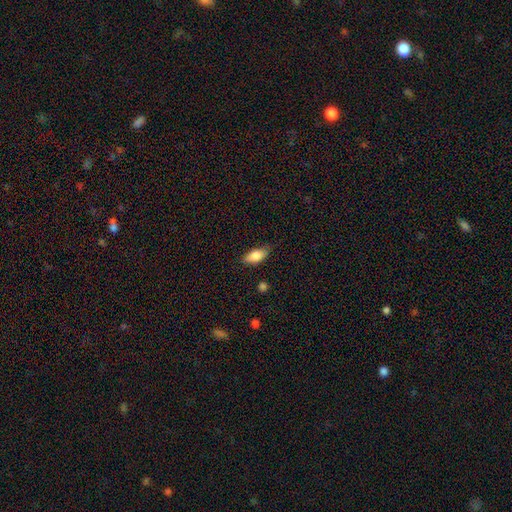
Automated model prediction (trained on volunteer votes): Q: Smooth or featured?
A: smooth (80%); runner-up: featured or disk (13%)
Q: How rounded?
A: in between (86%); runner-up: cigar-shaped (11%)
Q: Merging?
A: none (75%); runner-up: minor disturbance (20%)